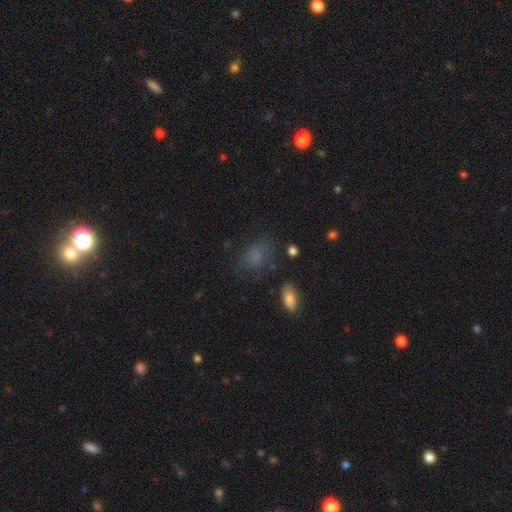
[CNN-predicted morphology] A smooth galaxy with no disk features (65%) that is in between round and cigar-shaped (80%).

Vote fractions:
- Smooth or featured? smooth: 65% / star or artifact: 18% / featured or disk: 17%
- How rounded? in between: 80% / round: 16% / cigar-shaped: 3%
- Merging? none: 55% / minor disturbance: 24% / major disturbance: 17% / merger: 4%